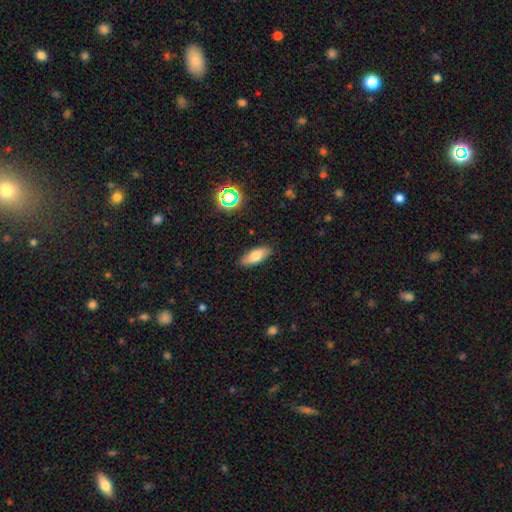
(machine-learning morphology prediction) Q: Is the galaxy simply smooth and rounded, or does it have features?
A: smooth — 75%.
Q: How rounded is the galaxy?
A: in between — 77%.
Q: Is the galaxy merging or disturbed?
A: none — 87%.